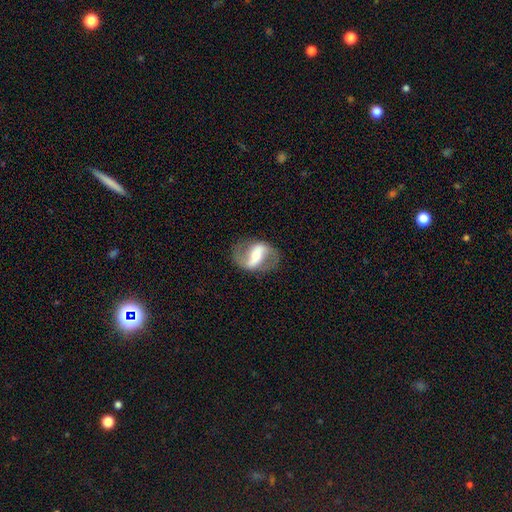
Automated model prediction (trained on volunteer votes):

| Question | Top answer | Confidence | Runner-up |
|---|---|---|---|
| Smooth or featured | featured or disk | 82% | smooth (13%) |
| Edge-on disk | no | 95% | yes (5%) |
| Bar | strong | 63% | weak (25%) |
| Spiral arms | yes | 87% | no (13%) |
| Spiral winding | loose | 57% | medium (33%) |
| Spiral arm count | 2 | 91% | 1 (3%) |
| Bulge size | moderate | 46% | small (33%) |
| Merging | none | 78% | minor disturbance (13%) |